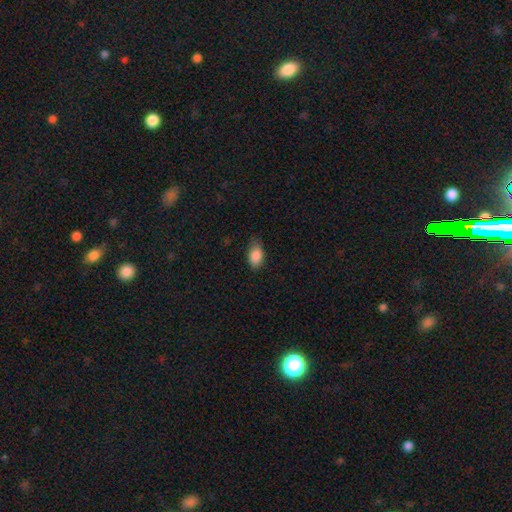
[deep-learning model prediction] A smooth galaxy with no disk features (88%) that is in between round and cigar-shaped (91%).

Vote fractions:
- Smooth or featured? smooth: 88% / star or artifact: 8% / featured or disk: 5%
- How rounded? in between: 91% / round: 6% / cigar-shaped: 3%
- Merging? none: 71% / minor disturbance: 24% / major disturbance: 4% / merger: 1%